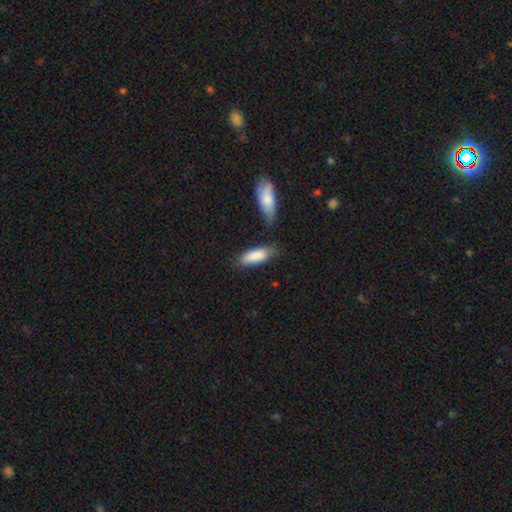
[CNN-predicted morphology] Smooth or featured? Predicted: smooth (p=0.86). How rounded? Predicted: in between (p=0.69). Merging? Predicted: none (p=0.67).